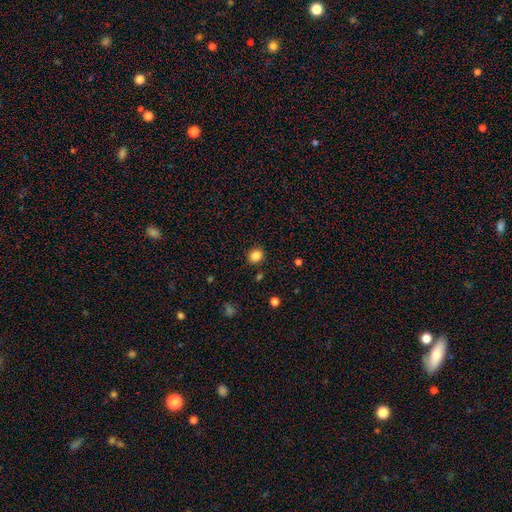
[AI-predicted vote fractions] A smooth galaxy with no disk features (85%) that is round (68%).

Vote fractions:
- Smooth or featured? smooth: 85% / star or artifact: 11% / featured or disk: 4%
- How rounded? round: 68% / in between: 31% / cigar-shaped: 1%
- Merging? none: 87% / minor disturbance: 8% / major disturbance: 2% / merger: 2%